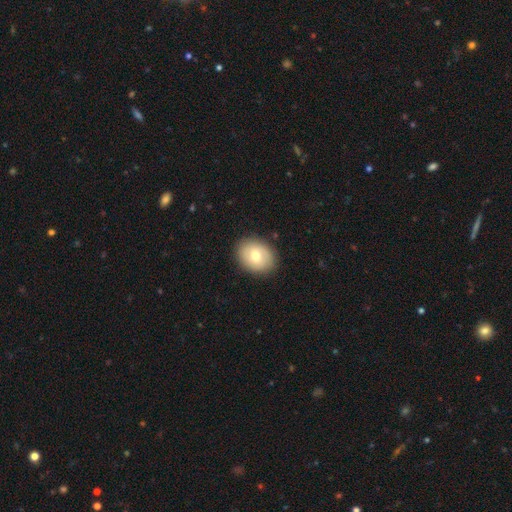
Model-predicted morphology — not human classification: This appears to be a smooth galaxy with no disk features (70%) that is in between round and cigar-shaped (55%). Merging: none (88%).